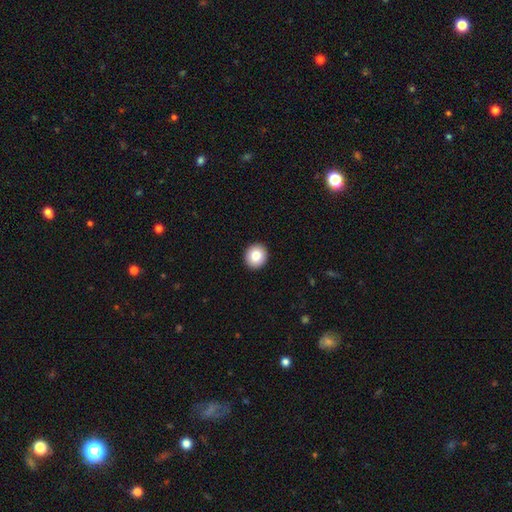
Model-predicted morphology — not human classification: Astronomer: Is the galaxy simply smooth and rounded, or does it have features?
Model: smooth — 83%.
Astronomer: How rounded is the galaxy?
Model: round — 85%.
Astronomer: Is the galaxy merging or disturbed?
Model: none — 93%.